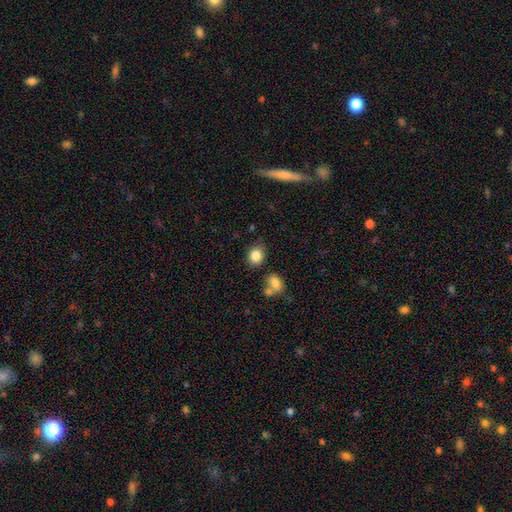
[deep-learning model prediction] A smooth galaxy with no disk features (84%) that is round (57%). Merging: none (73%).